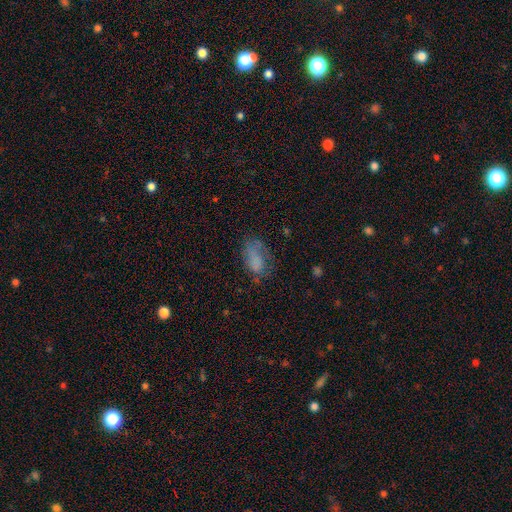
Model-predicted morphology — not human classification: The model was most divided on "merging": none: 45%, minor disturbance: 27%, major disturbance: 25%, merger: 3%. More confident: how rounded — in between (88%); smooth or featured — smooth (63%).